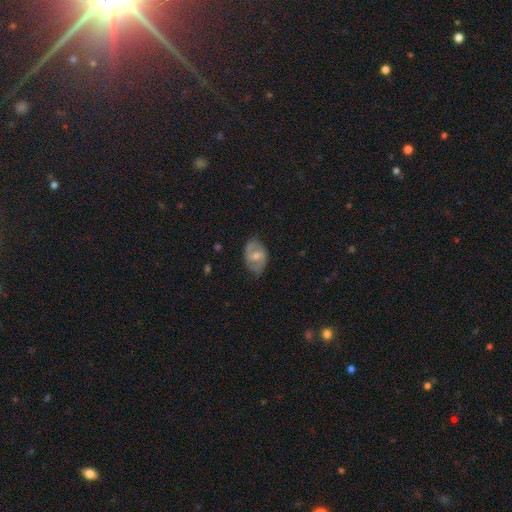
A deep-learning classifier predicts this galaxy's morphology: Q: Smooth or featured?
A: featured or disk (60%); runner-up: smooth (34%)
Q: Edge-on disk?
A: no (96%); runner-up: yes (4%)
Q: Bar?
A: weak (50%); runner-up: no (29%)
Q: Spiral arms?
A: yes (75%); runner-up: no (25%)
Q: Bulge size?
A: moderate (51%); runner-up: small (42%)
Q: Merging?
A: none (71%); runner-up: minor disturbance (22%)